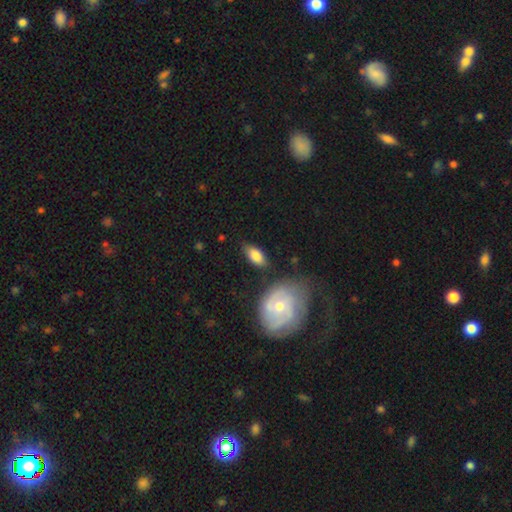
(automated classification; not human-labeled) Q: Smooth or featured?
A: smooth (78%); runner-up: featured or disk (15%)
Q: How rounded?
A: in between (89%); runner-up: cigar-shaped (7%)
Q: Merging?
A: none (74%); runner-up: minor disturbance (17%)